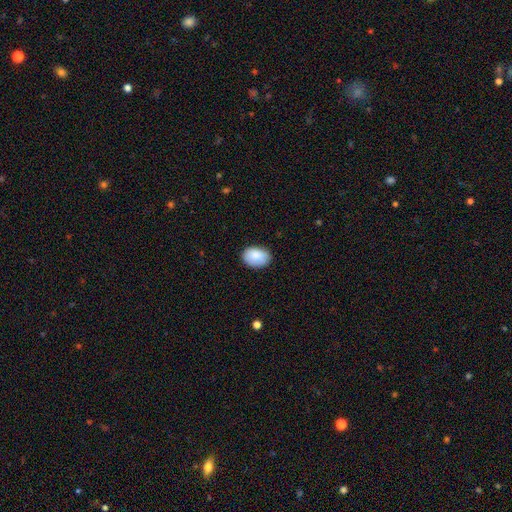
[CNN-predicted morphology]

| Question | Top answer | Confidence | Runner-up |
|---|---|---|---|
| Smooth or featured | smooth | 88% | star or artifact (7%) |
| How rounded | in between | 82% | round (17%) |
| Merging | none | 81% | minor disturbance (15%) |